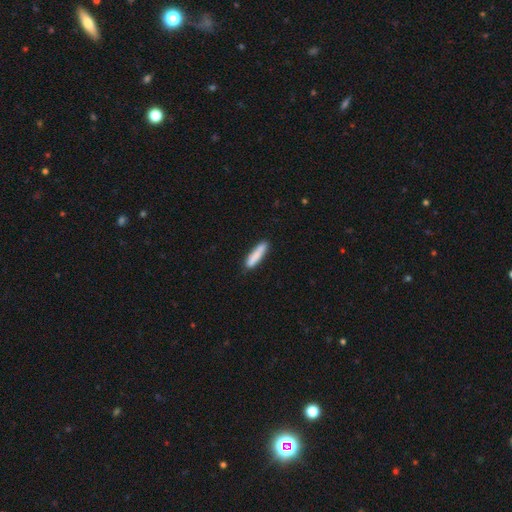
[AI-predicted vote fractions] Smooth or featured? Predicted: smooth (p=0.84). How rounded? Predicted: cigar-shaped (p=0.85). Merging? Predicted: none (p=0.85).